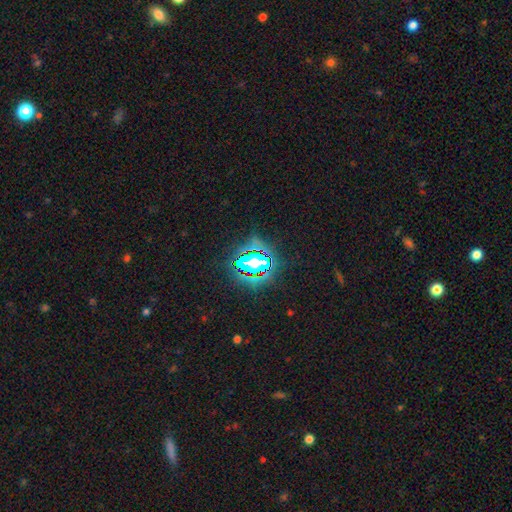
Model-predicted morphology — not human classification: Smooth or featured? star or artifact (78%)